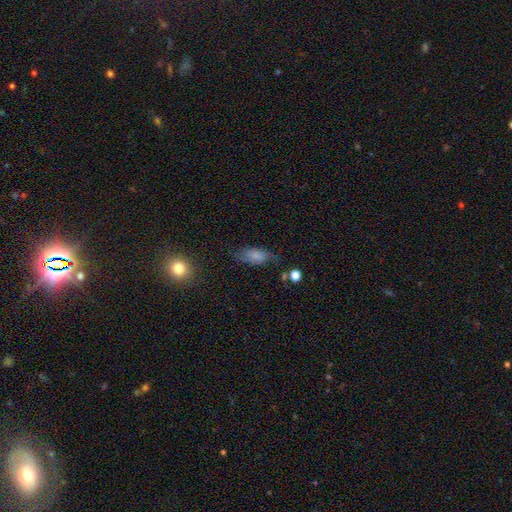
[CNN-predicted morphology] Smooth or featured: smooth — 72% (featured or disk — 17%)
How rounded: in between — 86% (cigar-shaped — 9%)
Merging: none — 58% (minor disturbance — 28%)